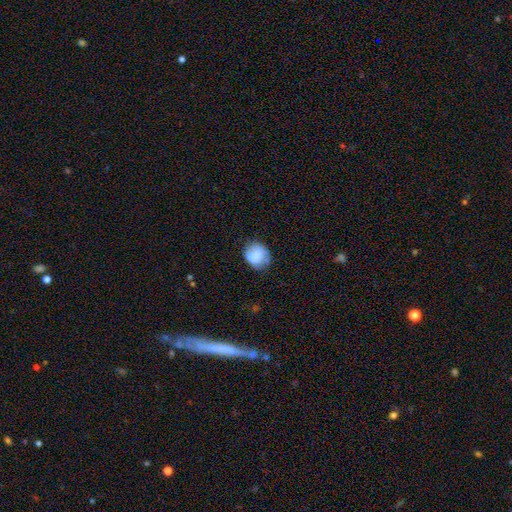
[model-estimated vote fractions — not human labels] Smooth or featured?
  - smooth: 72% *
  - featured or disk: 19%
  - star or artifact: 8%
How rounded?
  - round: 64% *
  - in between: 35%
  - cigar-shaped: 1%
Merging?
  - none: 60% *
  - minor disturbance: 28%
  - major disturbance: 9%
  - merger: 3%